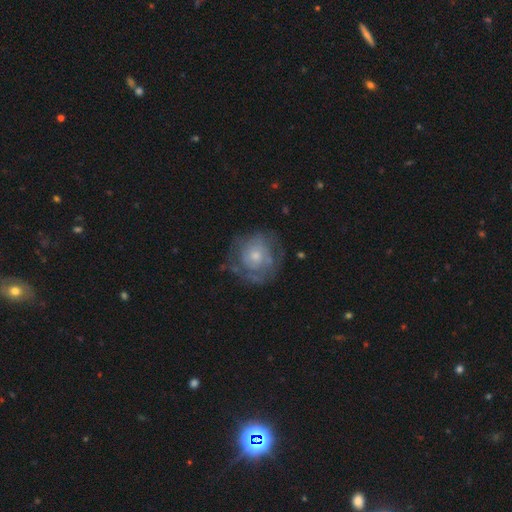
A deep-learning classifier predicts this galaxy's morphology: This is likely a featured or disk galaxy (64%). It is clearly not viewed edge-on (98%). Bar: clearly no (84%). Spiral arm pattern: likely yes (68%). Central bulge: possibly small (49%). Merging: likely none (65%).